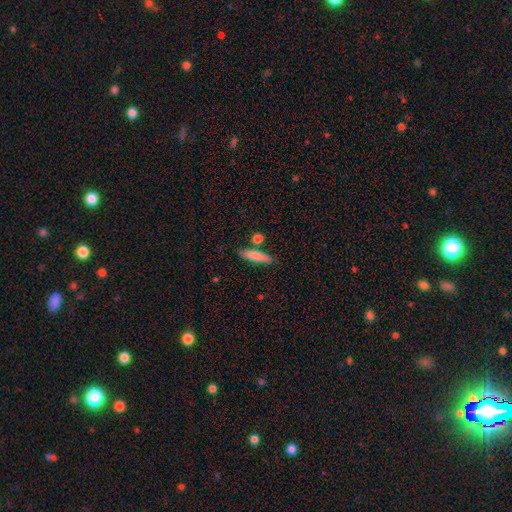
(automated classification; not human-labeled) This appears to be a smooth galaxy with no disk features (78%) that is cigar-shaped (73%). Merging: none (78%).